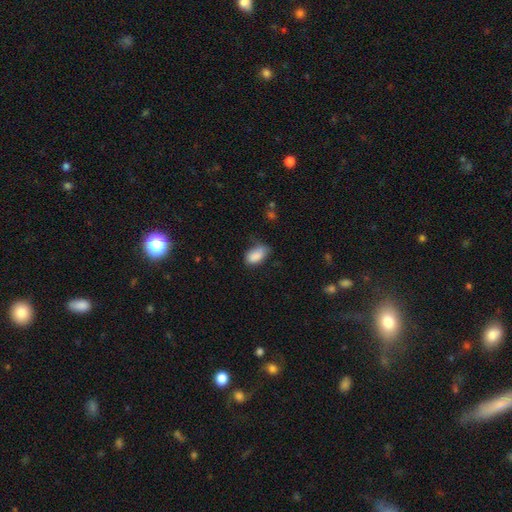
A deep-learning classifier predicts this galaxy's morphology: Overall: smooth (86%). How rounded: in between (92%). Merging: none (50%; minor disturbance 36%).